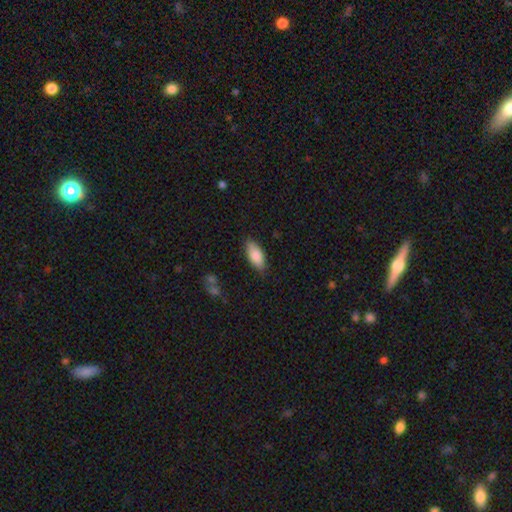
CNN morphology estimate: A smooth galaxy with no disk features (86%) that is in between round and cigar-shaped (86%). Merging: none (81%).